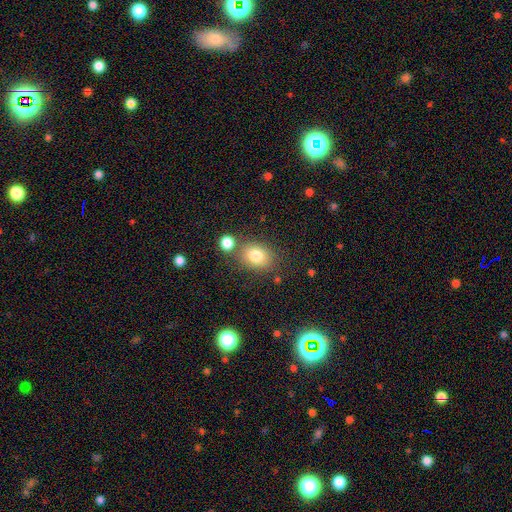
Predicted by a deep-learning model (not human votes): Smooth or featured: smooth — 79% (star or artifact — 11%)
How rounded: in between — 60% (round — 39%)
Merging: none — 69% (merger — 14%)